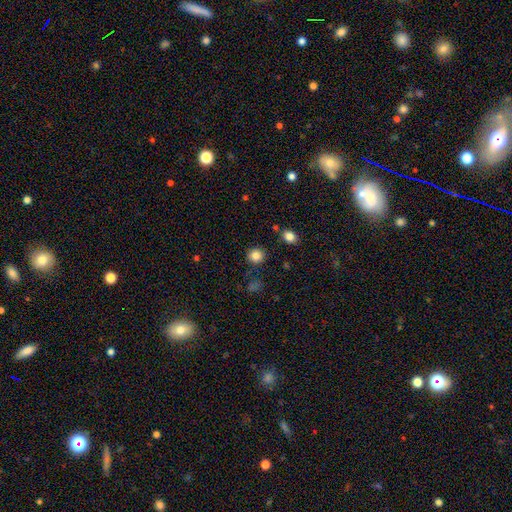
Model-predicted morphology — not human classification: type=smooth (85%); roundness=round (89%); merging=none (88%).